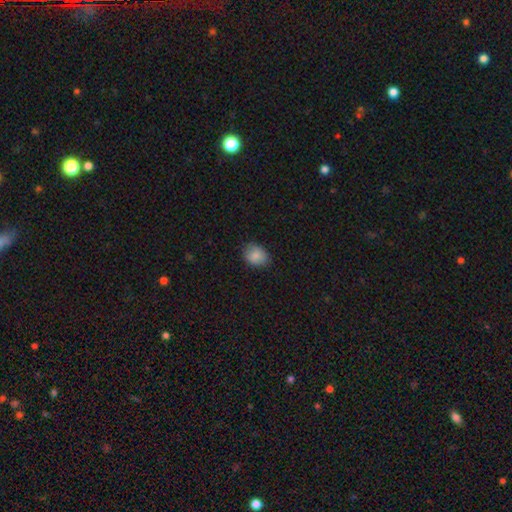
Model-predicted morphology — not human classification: Smooth or featured?
  - smooth: 87% *
  - star or artifact: 8%
  - featured or disk: 5%
How rounded?
  - in between: 62% *
  - round: 37%
  - cigar-shaped: 1%
Merging?
  - none: 79% *
  - minor disturbance: 16%
  - major disturbance: 3%
  - merger: 1%